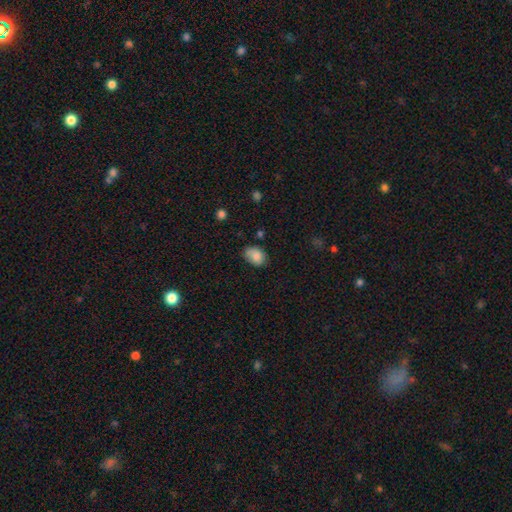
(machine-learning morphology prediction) Smooth or featured? smooth (83%)
How rounded? in between (75%)
Merging? none (65%)